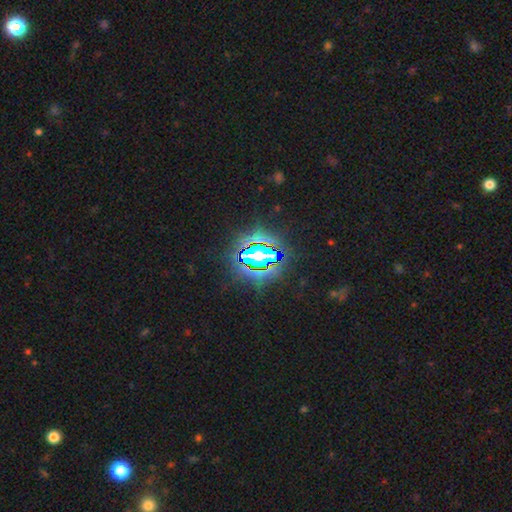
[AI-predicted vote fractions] Smooth or featured? Predicted: star or artifact (p=0.82).